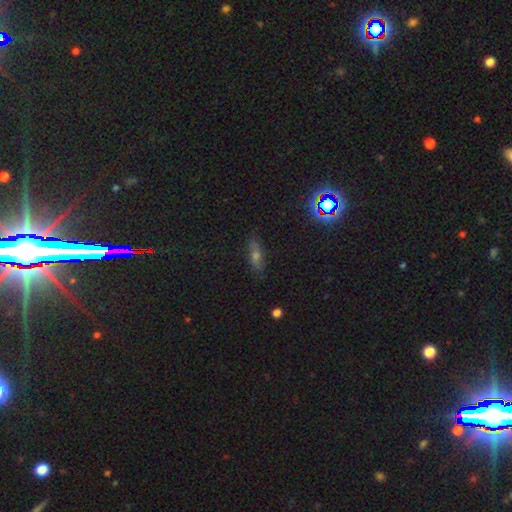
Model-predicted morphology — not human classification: This is marginally a smooth galaxy (40%). Merging: clearly none (81%).